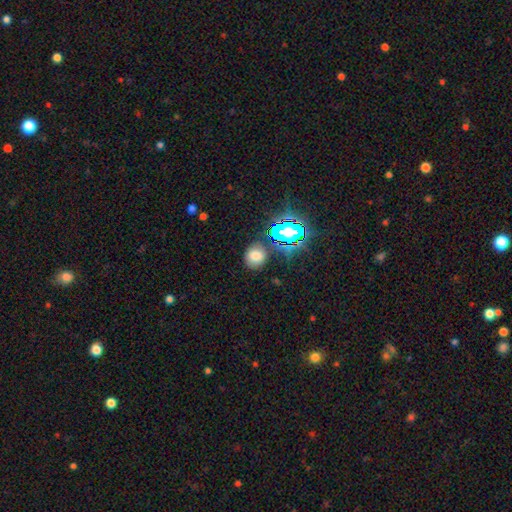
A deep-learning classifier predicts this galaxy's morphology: Q: Smooth or featured?
A: smooth (69%); runner-up: star or artifact (22%)
Q: How rounded?
A: round (73%); runner-up: in between (26%)
Q: Merging?
A: none (80%); runner-up: minor disturbance (12%)